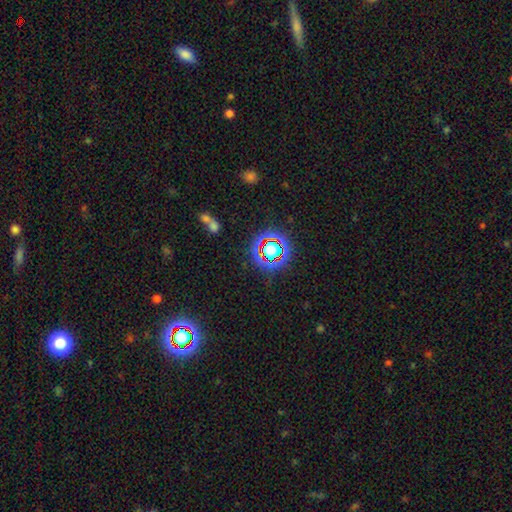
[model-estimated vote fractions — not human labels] Overall: star or artifact (75%).